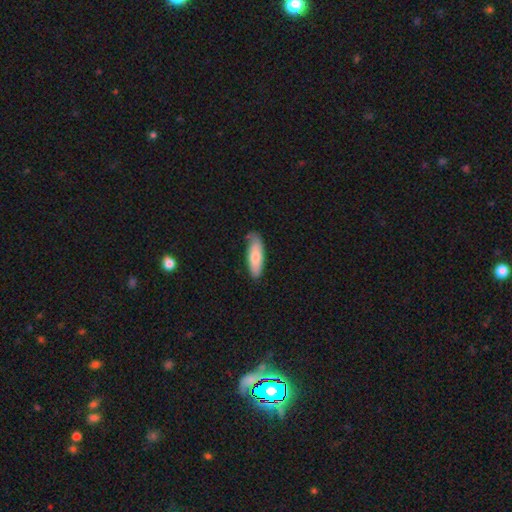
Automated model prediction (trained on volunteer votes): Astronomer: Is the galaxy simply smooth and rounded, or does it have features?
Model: smooth — 75%.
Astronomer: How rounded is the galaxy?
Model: in between — 53% (runner-up: cigar-shaped, 45%).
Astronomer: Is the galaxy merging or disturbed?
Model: none — 71%.